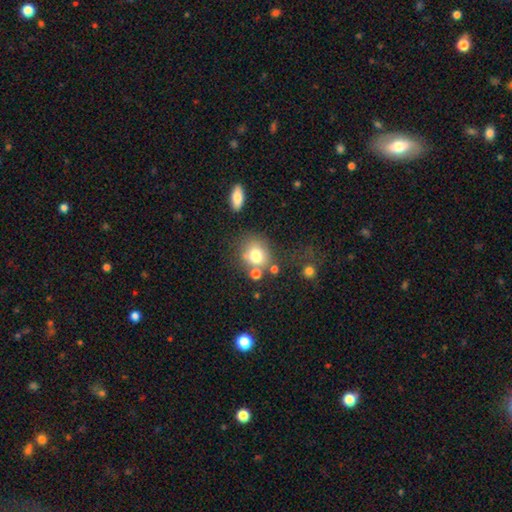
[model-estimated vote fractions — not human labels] smooth_or_featured: smooth (p=0.75) [alt: featured or disk p=0.13]
how_rounded: round (p=0.73) [alt: in between p=0.26]
merging: none (p=0.61) [alt: merger p=0.16]